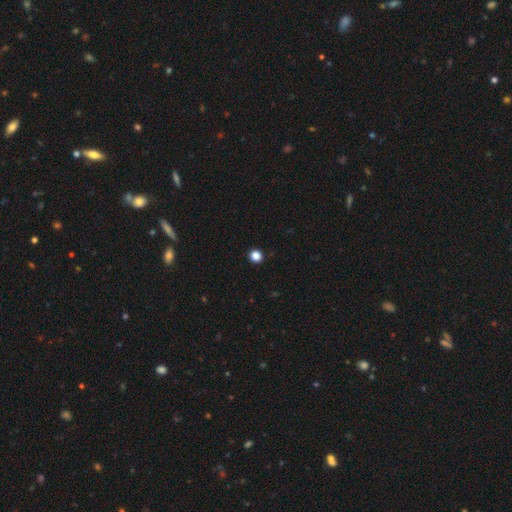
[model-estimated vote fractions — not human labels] smooth-or-featured: smooth: 85% | star or artifact: 12% | featured or disk: 3%
  how-rounded: round: 93% | in between: 7% | cigar-shaped: 1%
  merging: none: 94% | minor disturbance: 4% | major disturbance: 1% | merger: 1%